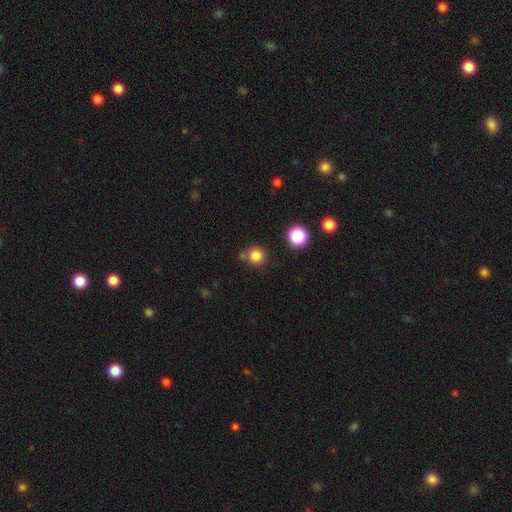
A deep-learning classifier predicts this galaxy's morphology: This is clearly a smooth galaxy (81%). How rounded: clearly round (94%). Merging: likely none (76%).